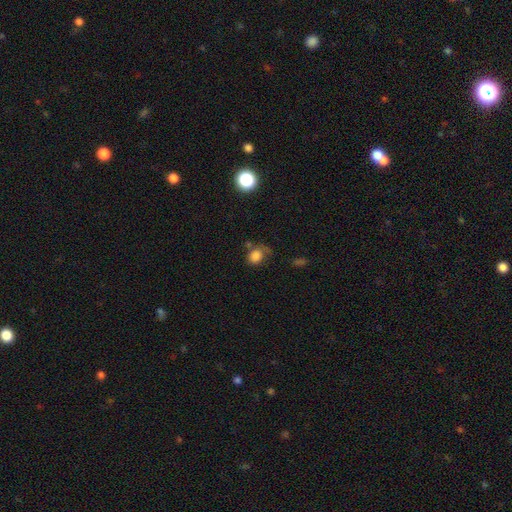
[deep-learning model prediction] This is likely a smooth galaxy (79%). How rounded: possibly round (55%). Merging: marginally none (45%).